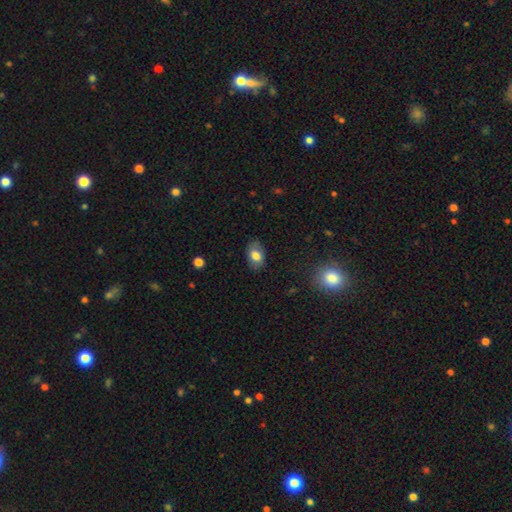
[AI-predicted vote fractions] Smooth or featured? smooth (77%)
How rounded? in between (87%)
Merging? none (80%)